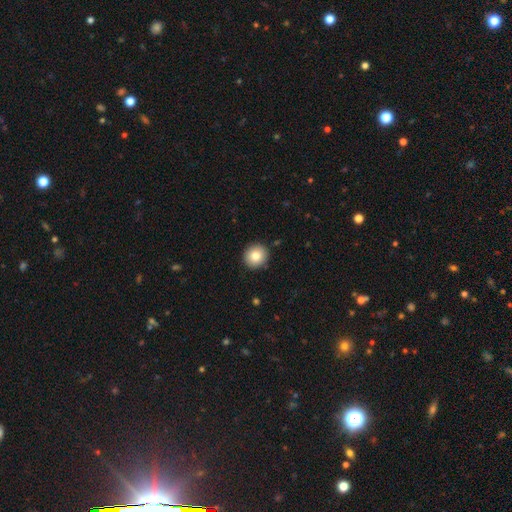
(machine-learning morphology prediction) Smooth or featured: smooth — 82% (featured or disk — 9%)
How rounded: round — 93% (in between — 6%)
Merging: none — 91% (minor disturbance — 6%)